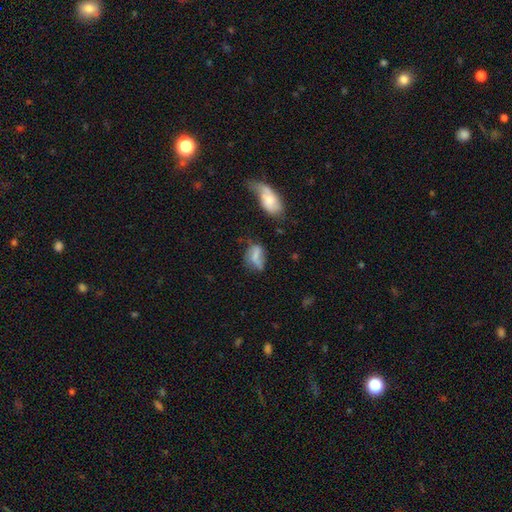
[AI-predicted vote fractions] smooth 54%, featured or disk 34%, star or artifact 11%. Down the decision tree: how rounded — in between (80%); merging — none (41%).